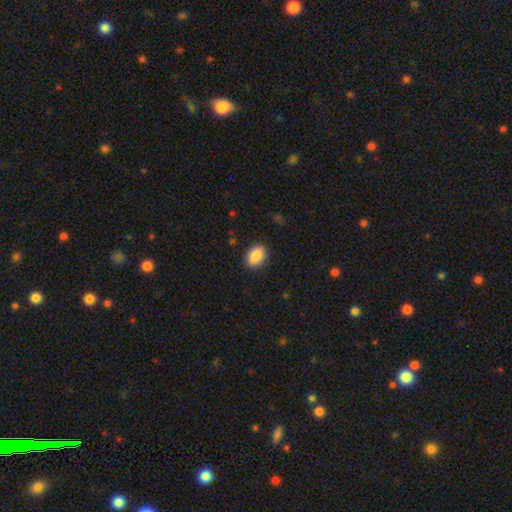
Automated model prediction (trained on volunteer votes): Smooth or featured? Predicted: smooth (p=0.87). How rounded? Predicted: in between (p=0.82). Merging? Predicted: none (p=0.88).